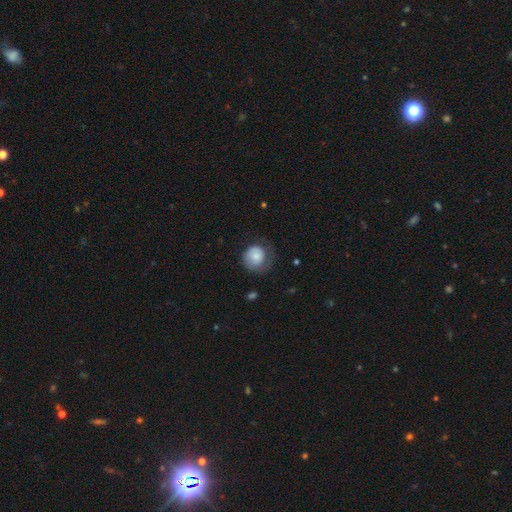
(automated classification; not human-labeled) Smooth or featured? smooth (73%)
How rounded? round (84%)
Merging? none (48%)